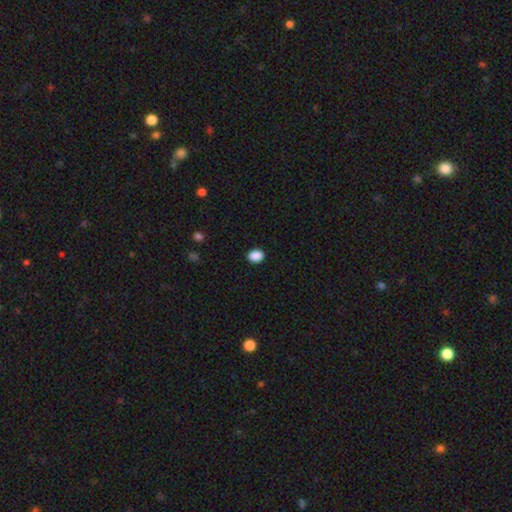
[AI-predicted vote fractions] Smooth or featured? Predicted: smooth (p=0.89). How rounded? Predicted: in between (p=0.65). Merging? Predicted: none (p=0.90).